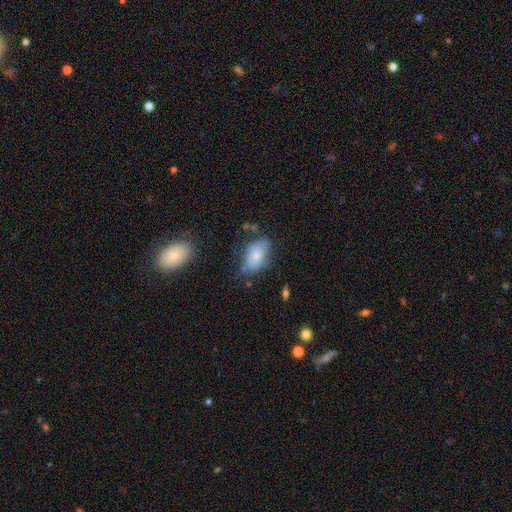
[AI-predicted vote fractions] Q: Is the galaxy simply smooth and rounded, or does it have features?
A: smooth — 77%.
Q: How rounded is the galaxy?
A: in between — 91%.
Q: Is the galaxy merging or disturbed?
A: none — 61%.